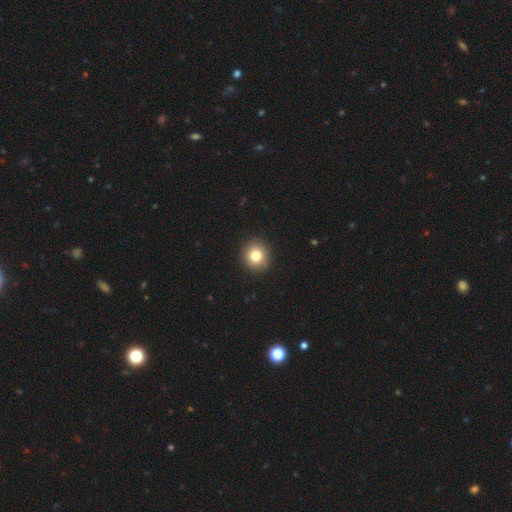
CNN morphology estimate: Smooth or featured?
  - smooth: 81% *
  - star or artifact: 11%
  - featured or disk: 8%
How rounded?
  - round: 89% *
  - in between: 10%
  - cigar-shaped: 1%
Merging?
  - none: 92% *
  - minor disturbance: 5%
  - major disturbance: 2%
  - merger: 1%